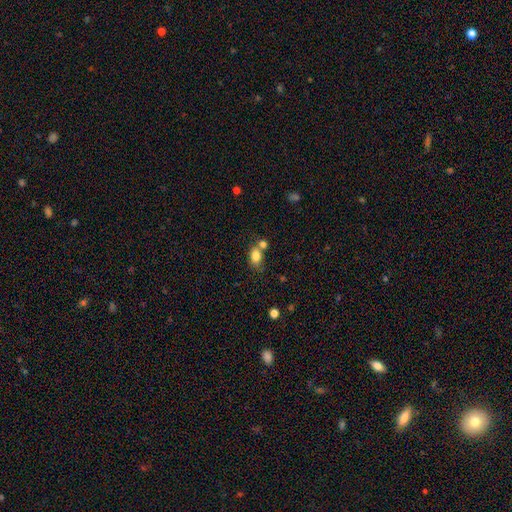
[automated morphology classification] Smooth or featured?
  - smooth: 82% *
  - star or artifact: 10%
  - featured or disk: 9%
How rounded?
  - in between: 74% *
  - round: 24%
  - cigar-shaped: 2%
Merging?
  - none: 49% *
  - merger: 33%
  - minor disturbance: 14%
  - major disturbance: 5%